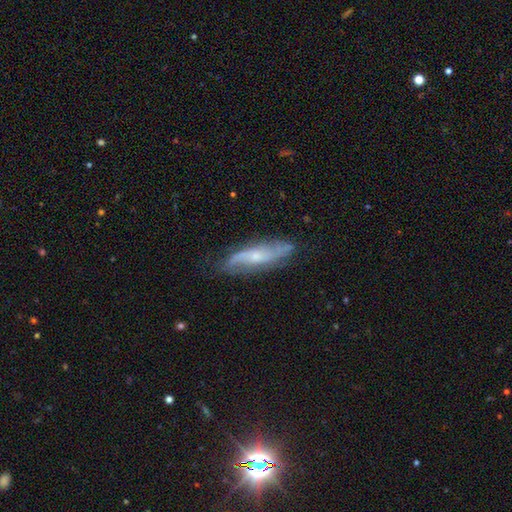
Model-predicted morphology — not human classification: Overall: featured or disk (73%). Edge-on disk: no (76%). Bar: no (58%; weak 33%). Spiral arms: yes (92%). Spiral arm count: 2 (75%). Spiral winding: loose (44%; medium 37%). Bulge size: small (62%; moderate 31%). Merging: none (75%).